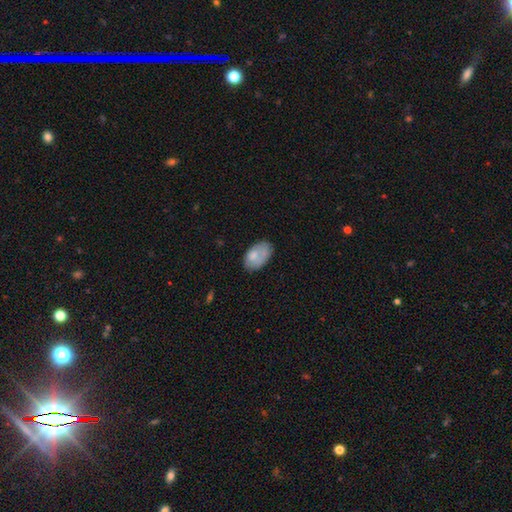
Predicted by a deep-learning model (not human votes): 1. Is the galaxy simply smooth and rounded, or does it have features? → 74% smooth, 19% featured or disk, 7% star or artifact.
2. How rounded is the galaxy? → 92% in between, 7% round, 1% cigar-shaped.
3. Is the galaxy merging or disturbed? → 57% none, 27% minor disturbance, 10% major disturbance, 5% merger.